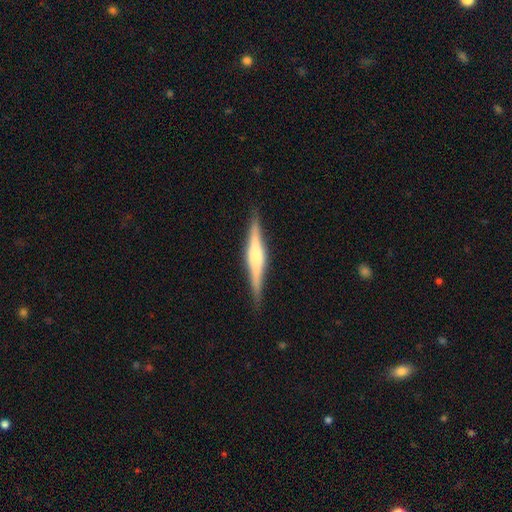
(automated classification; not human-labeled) A featured or disk galaxy (72%) viewed edge-on (98%) with a rounded central bulge (65%). Merging: none (89%).